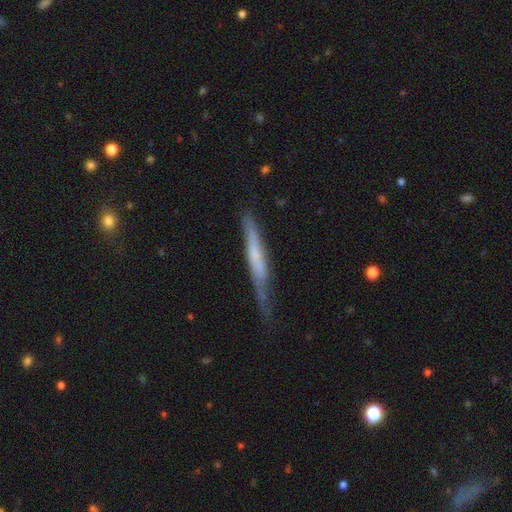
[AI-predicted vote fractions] Overall: featured or disk (49%; smooth 45%). Merging: none (50%; minor disturbance 35%).